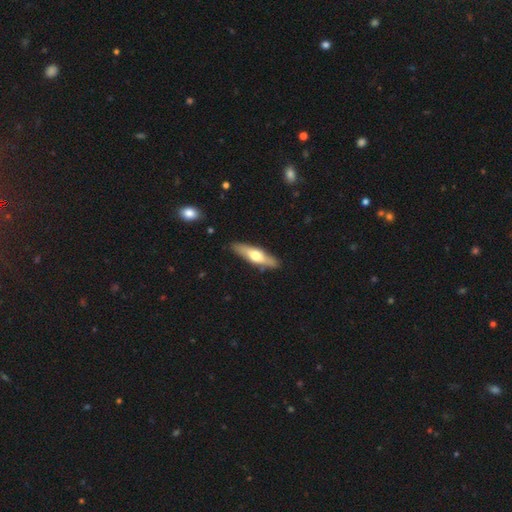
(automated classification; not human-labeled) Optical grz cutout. It shows a featured or disk galaxy (49%). Merging: none (87%).